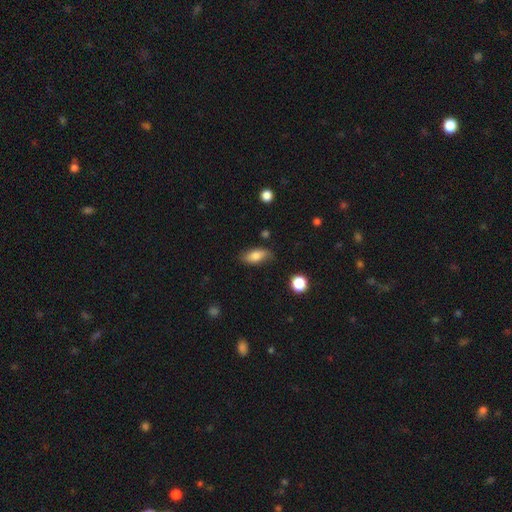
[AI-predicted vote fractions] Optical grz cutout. It shows a smooth galaxy with no disk features (78%) that is in between round and cigar-shaped (84%). Merging: none (77%).